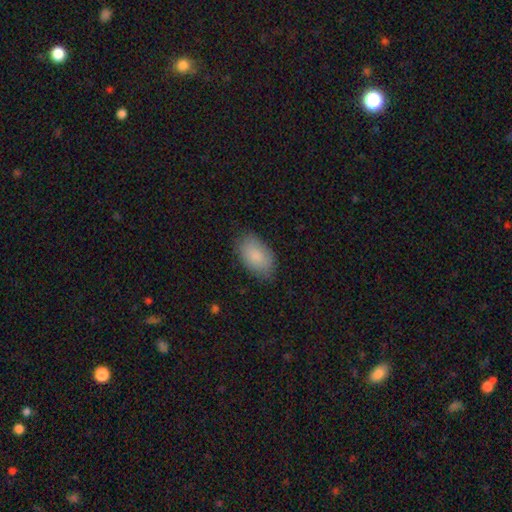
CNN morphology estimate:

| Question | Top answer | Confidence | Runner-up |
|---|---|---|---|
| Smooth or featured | smooth | 87% | featured or disk (7%) |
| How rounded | in between | 94% | round (4%) |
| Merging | none | 82% | minor disturbance (14%) |